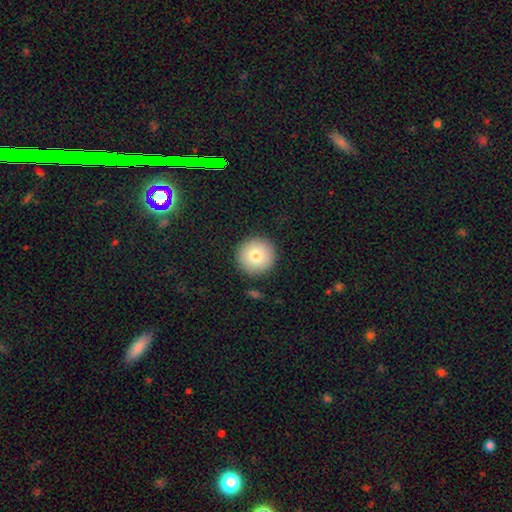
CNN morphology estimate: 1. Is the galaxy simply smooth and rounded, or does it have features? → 78% smooth, 12% featured or disk, 9% star or artifact.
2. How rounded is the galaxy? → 96% round, 3% in between, 1% cigar-shaped.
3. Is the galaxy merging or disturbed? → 91% none, 6% minor disturbance, 2% major disturbance, 2% merger.